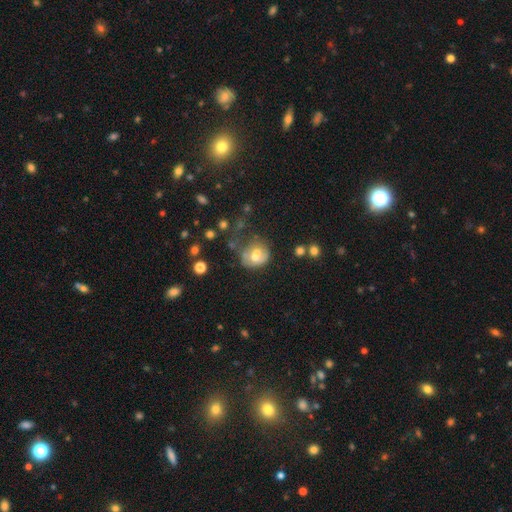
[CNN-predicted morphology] Overall: smooth (53%; featured or disk 36%). How rounded: round (59%; in between 40%). Merging: merger (39%; none 27%).